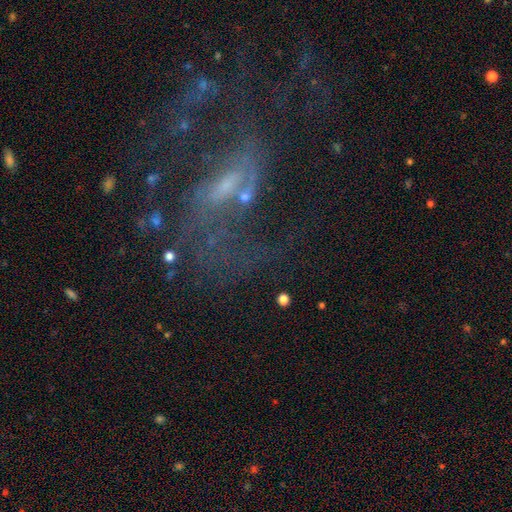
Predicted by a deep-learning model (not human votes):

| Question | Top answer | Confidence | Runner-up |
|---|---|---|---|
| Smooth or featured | featured or disk | 74% | star or artifact (16%) |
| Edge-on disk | no | 95% | yes (5%) |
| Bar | weak | 48% | no (26%) |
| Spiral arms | yes | 79% | no (21%) |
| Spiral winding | loose | 61% | medium (30%) |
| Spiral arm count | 2 | 72% | can't tell (12%) |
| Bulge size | small | 51% | moderate (26%) |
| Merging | none | 45% | major disturbance (31%) |